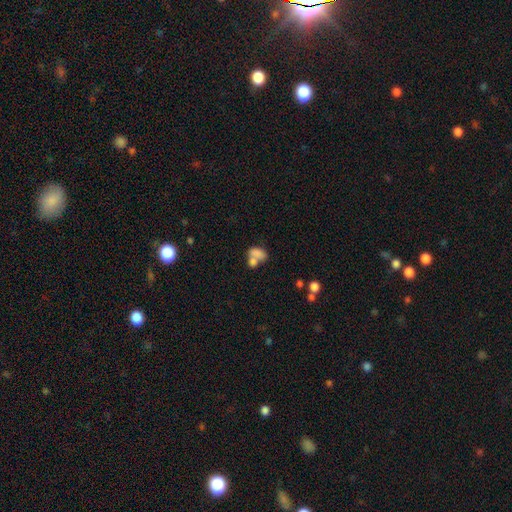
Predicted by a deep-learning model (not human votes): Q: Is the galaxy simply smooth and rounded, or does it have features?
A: smooth — 75%.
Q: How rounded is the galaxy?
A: in between — 80%.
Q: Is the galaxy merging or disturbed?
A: merger — 59%.